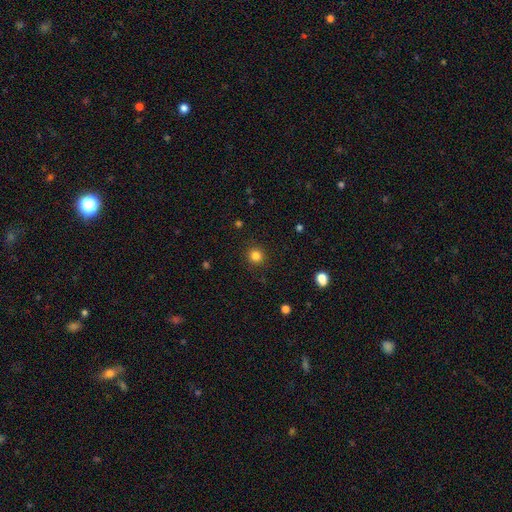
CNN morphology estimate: Q: Smooth or featured?
A: smooth (83%); runner-up: star or artifact (13%)
Q: How rounded?
A: round (93%); runner-up: in between (6%)
Q: Merging?
A: none (91%); runner-up: minor disturbance (6%)